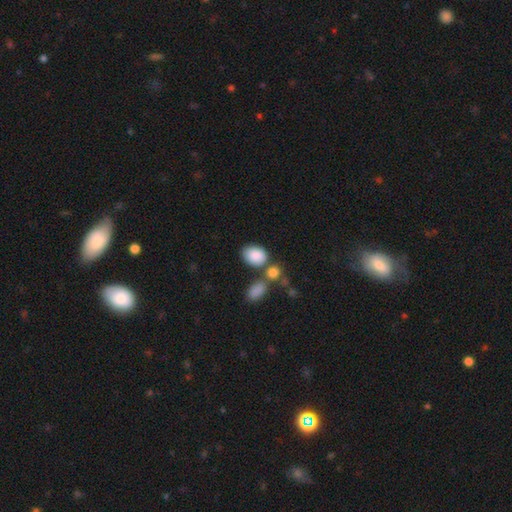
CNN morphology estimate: Smooth or featured?
  - smooth: 86% *
  - star or artifact: 7%
  - featured or disk: 7%
How rounded?
  - in between: 81% *
  - round: 17%
  - cigar-shaped: 1%
Merging?
  - none: 51% *
  - merger: 29%
  - minor disturbance: 15%
  - major disturbance: 5%